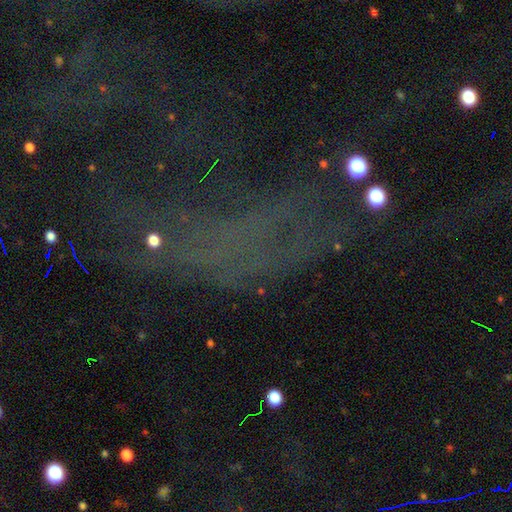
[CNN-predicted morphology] Overall: star or artifact (58%; featured or disk 24%).